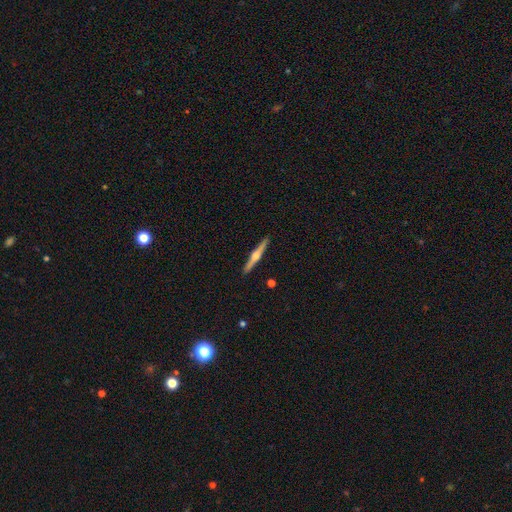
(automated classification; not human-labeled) The model was most divided on "smooth or featured": featured or disk: 67%, smooth: 28%, star or artifact: 6%. More confident: edge-on disk — yes (98%); merging — none (92%); edge-on bulge — rounded (90%).